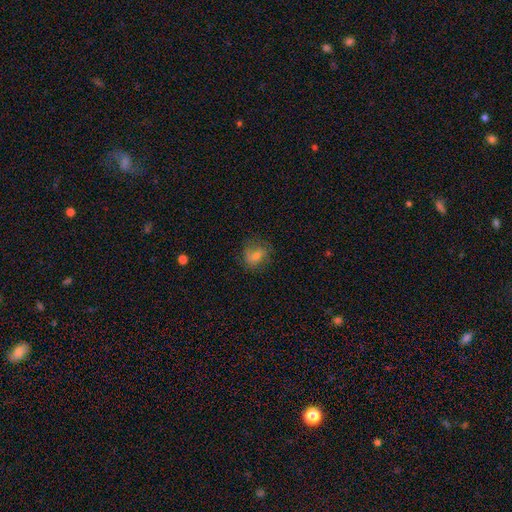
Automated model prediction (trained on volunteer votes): smooth-or-featured: smooth: 63% | featured or disk: 28% | star or artifact: 10%
  how-rounded: round: 56% | in between: 43% | cigar-shaped: 2%
  merging: none: 67% | minor disturbance: 22% | major disturbance: 10% | merger: 1%